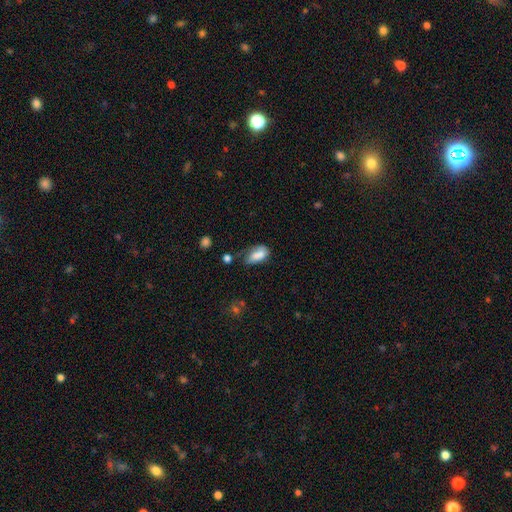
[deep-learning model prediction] Smooth or featured: smooth — 76% (featured or disk — 15%)
How rounded: in between — 90% (cigar-shaped — 5%)
Merging: minor disturbance — 37% (tied with none — 37%)